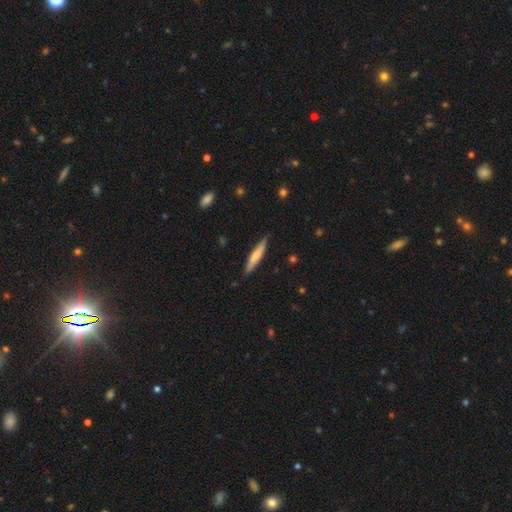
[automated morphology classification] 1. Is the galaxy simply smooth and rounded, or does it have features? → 60% smooth, 35% featured or disk, 5% star or artifact.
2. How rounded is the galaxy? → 92% cigar-shaped, 7% in between, 1% round.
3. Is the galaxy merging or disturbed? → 86% none, 11% minor disturbance, 2% major disturbance, 1% merger.